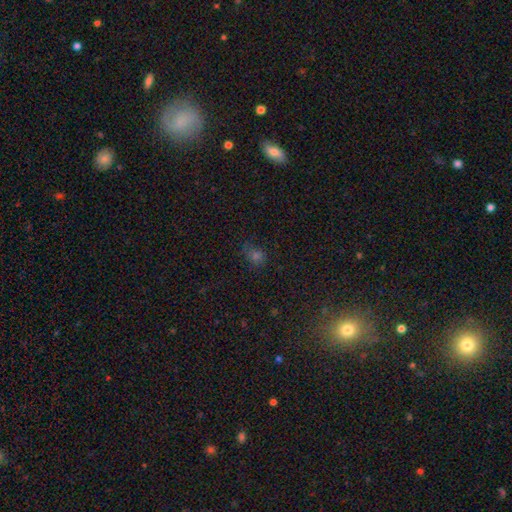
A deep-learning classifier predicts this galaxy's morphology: The model was most divided on "how rounded": round: 57%, in between: 41%, cigar-shaped: 2%. More confident: merging — none (70%); smooth or featured — smooth (54%).